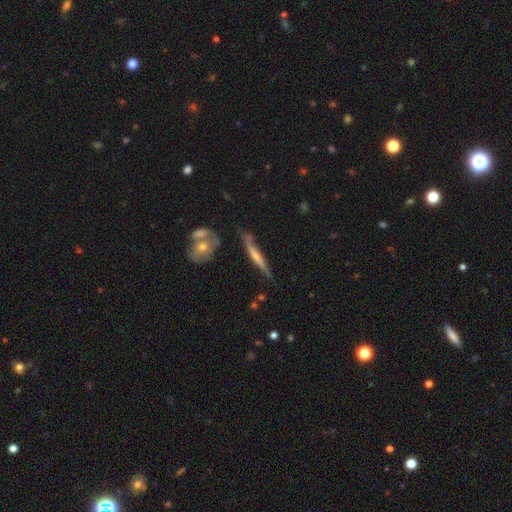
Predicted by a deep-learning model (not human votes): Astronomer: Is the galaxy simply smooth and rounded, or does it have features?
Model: featured or disk — 60%.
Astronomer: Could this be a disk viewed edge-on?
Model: yes — 90%.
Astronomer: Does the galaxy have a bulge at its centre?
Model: rounded — 43% (runner-up: none, 42%).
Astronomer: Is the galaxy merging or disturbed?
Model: none — 67%.